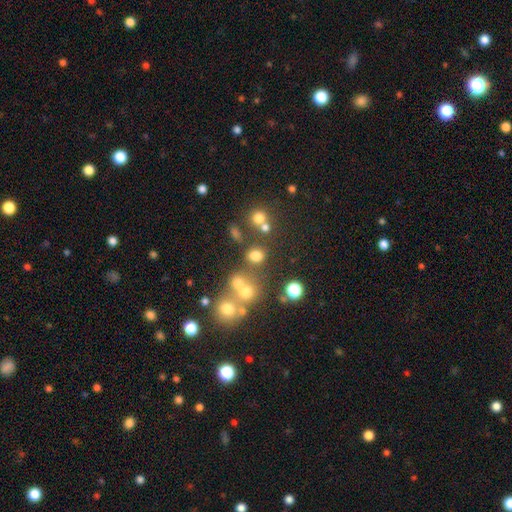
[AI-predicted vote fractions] The model was most divided on "how rounded": round: 66%, in between: 33%, cigar-shaped: 2%. More confident: smooth or featured — smooth (72%); merging — none (66%).